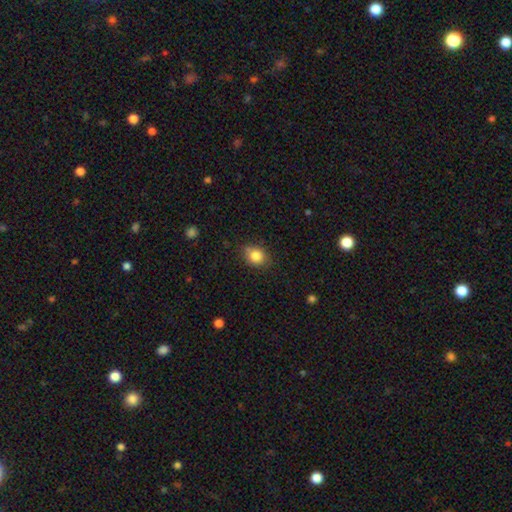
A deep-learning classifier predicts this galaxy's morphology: Smooth or featured: smooth — 83% (star or artifact — 10%)
How rounded: round — 57% (in between — 42%)
Merging: none — 74% (minor disturbance — 20%)